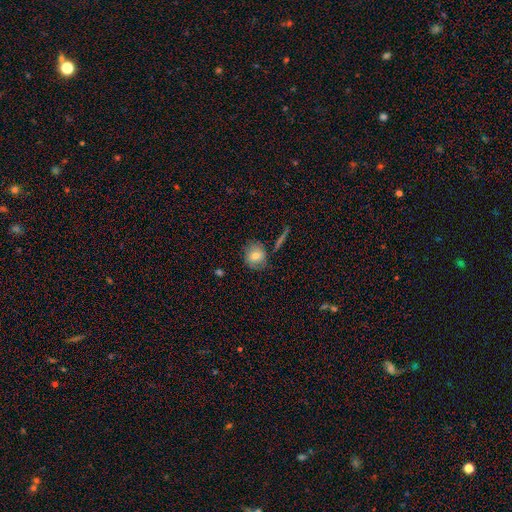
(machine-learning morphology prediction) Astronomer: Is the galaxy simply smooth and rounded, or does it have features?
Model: smooth — 73%.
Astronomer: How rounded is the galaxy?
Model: round — 79%.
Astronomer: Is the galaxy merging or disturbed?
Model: none — 74%.